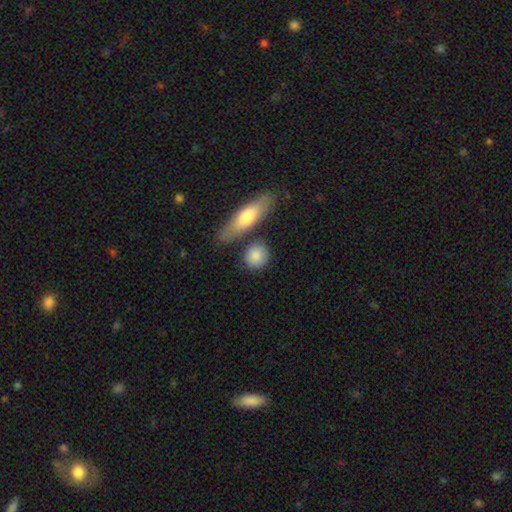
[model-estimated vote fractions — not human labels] smooth_or_featured: smooth (p=0.85) [alt: featured or disk p=0.09]
how_rounded: round (p=0.72) [alt: in between p=0.22]
merging: none (p=0.72) [alt: minor disturbance p=0.13]